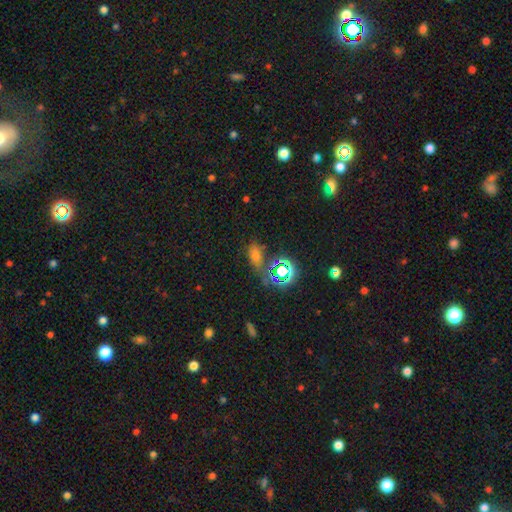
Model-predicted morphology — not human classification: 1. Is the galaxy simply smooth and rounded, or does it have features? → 46% smooth, 44% star or artifact, 10% featured or disk.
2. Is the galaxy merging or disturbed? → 66% none, 16% minor disturbance, 10% merger, 8% major disturbance.